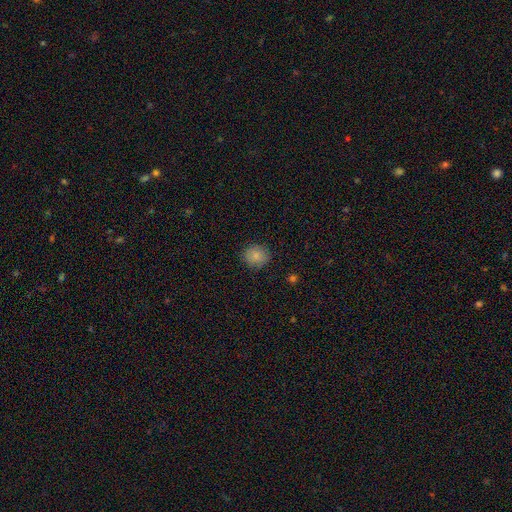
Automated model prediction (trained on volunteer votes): The model was most divided on "how rounded": round: 81%, in between: 18%, cigar-shaped: 1%. More confident: smooth or featured — smooth (83%); merging — none (83%).